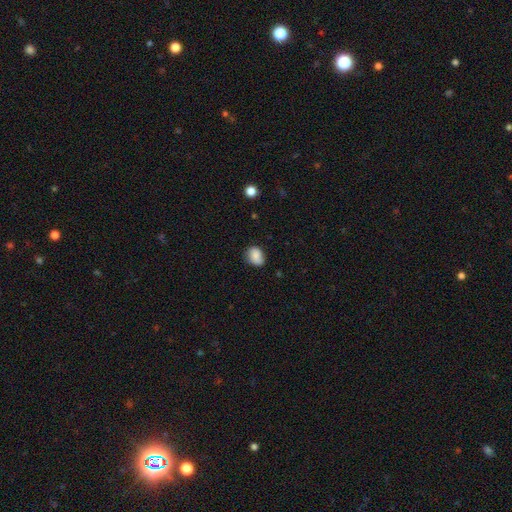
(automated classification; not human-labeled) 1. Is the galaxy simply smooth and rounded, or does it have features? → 82% smooth, 9% featured or disk, 9% star or artifact.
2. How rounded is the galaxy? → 60% in between, 39% round, 1% cigar-shaped.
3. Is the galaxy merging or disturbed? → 70% none, 24% minor disturbance, 4% major disturbance, 2% merger.